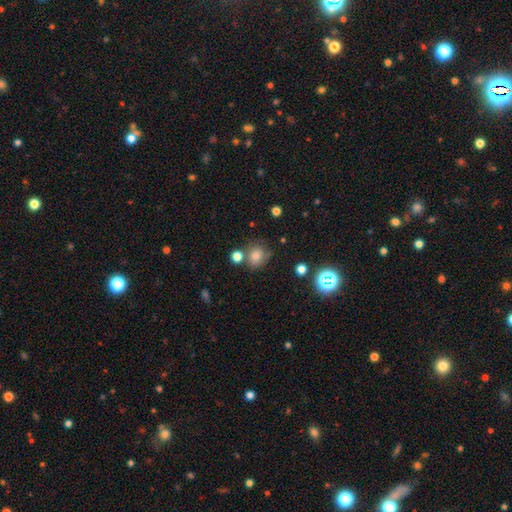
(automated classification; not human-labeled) smooth_or_featured: smooth (p=0.75) [alt: star or artifact p=0.15]
how_rounded: round (p=0.76) [alt: in between p=0.23]
merging: none (p=0.65) [alt: minor disturbance p=0.15]